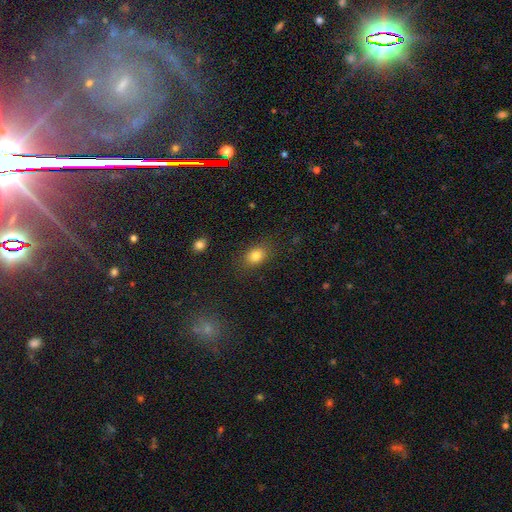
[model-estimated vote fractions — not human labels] Smooth or featured?
  - smooth: 82% *
  - star or artifact: 11%
  - featured or disk: 7%
How rounded?
  - in between: 66% *
  - round: 32%
  - cigar-shaped: 2%
Merging?
  - none: 82% *
  - minor disturbance: 12%
  - major disturbance: 4%
  - merger: 2%